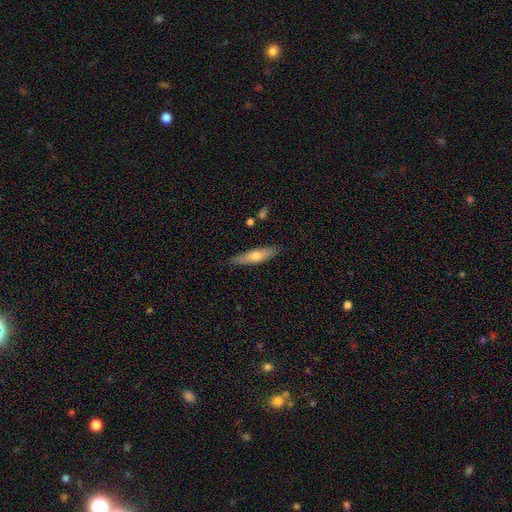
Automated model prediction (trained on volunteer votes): Morphology: type=smooth (58%); roundness=cigar-shaped (75%); merging=none (87%).